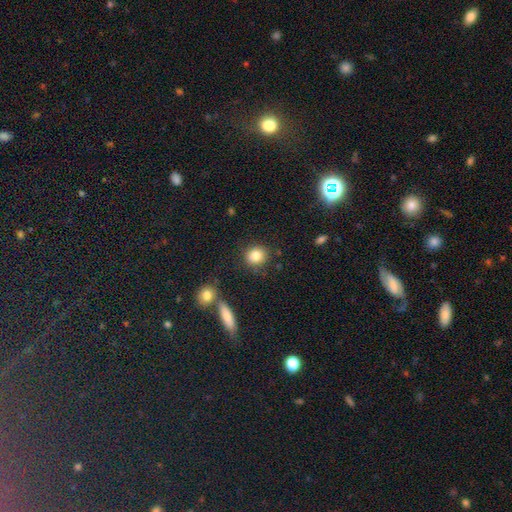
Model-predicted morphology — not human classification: Q: Smooth or featured?
A: smooth (84%); runner-up: star or artifact (9%)
Q: How rounded?
A: round (79%); runner-up: in between (20%)
Q: Merging?
A: none (84%); runner-up: minor disturbance (8%)